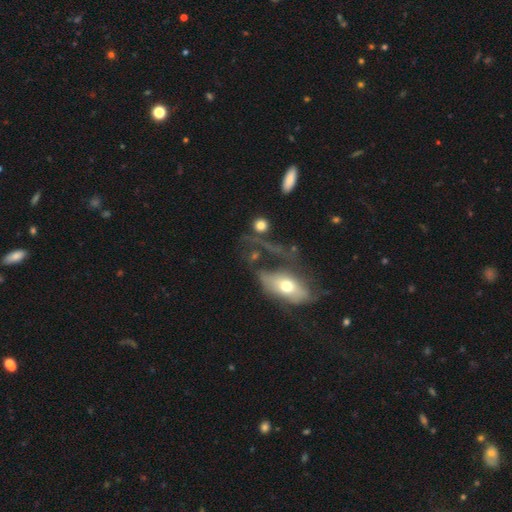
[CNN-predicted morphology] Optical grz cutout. It shows a featured or disk galaxy (54%). Merging: none (39%).